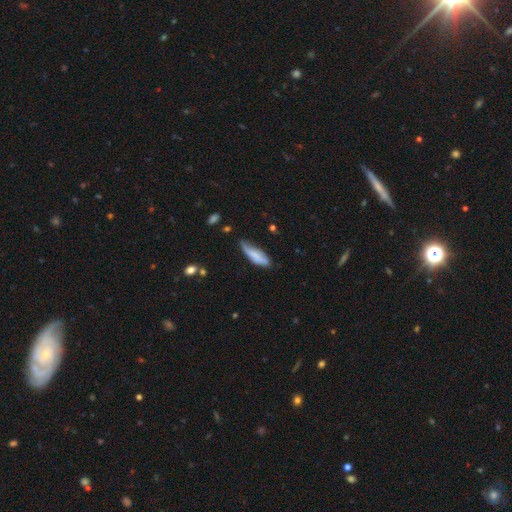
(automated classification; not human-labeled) Smooth or featured: smooth — 72% (featured or disk — 21%)
How rounded: cigar-shaped — 53% (in between — 45%)
Merging: none — 45% (minor disturbance — 41%)